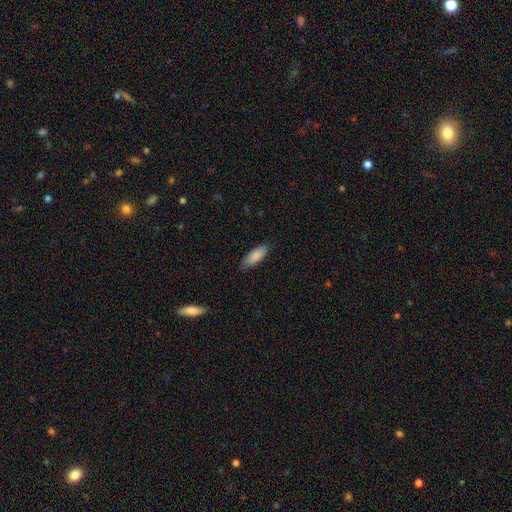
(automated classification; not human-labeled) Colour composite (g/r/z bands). It shows a smooth galaxy with no disk features (86%) that is in between round and cigar-shaped (73%). Merging: none (78%).